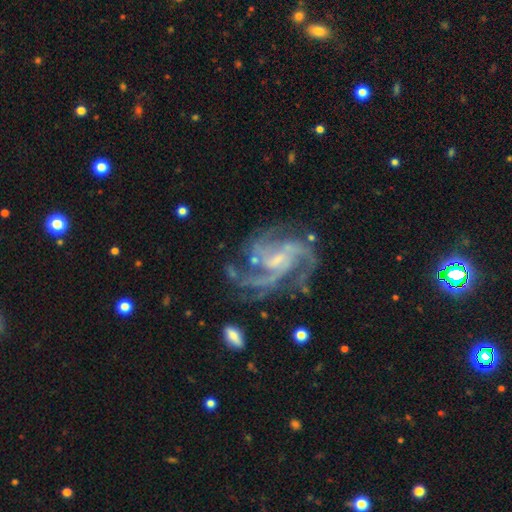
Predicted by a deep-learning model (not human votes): Smooth or featured?
  - featured or disk: 90% *
  - star or artifact: 6%
  - smooth: 4%
Edge-on disk?
  - no: 98% *
  - yes: 2%
Bar?
  - weak: 50% *
  - no: 32%
  - strong: 17%
Spiral arms?
  - yes: 97% *
  - no: 3%
Spiral winding?
  - medium: 55% *
  - tight: 28%
  - loose: 17%
Spiral arm count?
  - 3: 34% *
  - 4: 25%
  - 2: 14%
  - can't tell: 14%
  - more than 4: 7%
  - 1: 7%
Bulge size?
  - small: 47% *
  - moderate: 27%
  - none: 22%
  - large: 3%
  - dominant: 1%
Merging?
  - none: 58% *
  - major disturbance: 20%
  - minor disturbance: 18%
  - merger: 4%